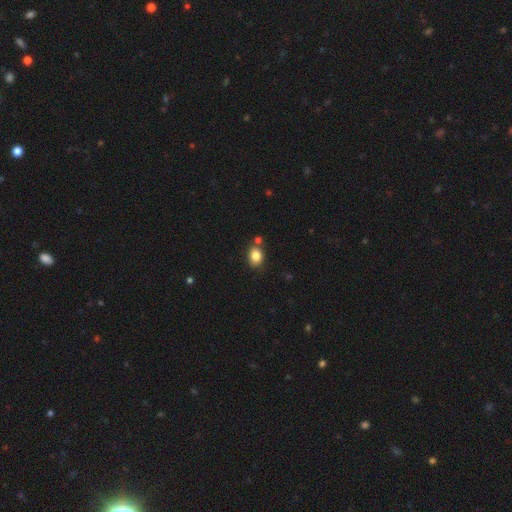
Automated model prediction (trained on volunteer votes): Overall: smooth (84%). How rounded: in between (55%; round 44%). Merging: none (71%).